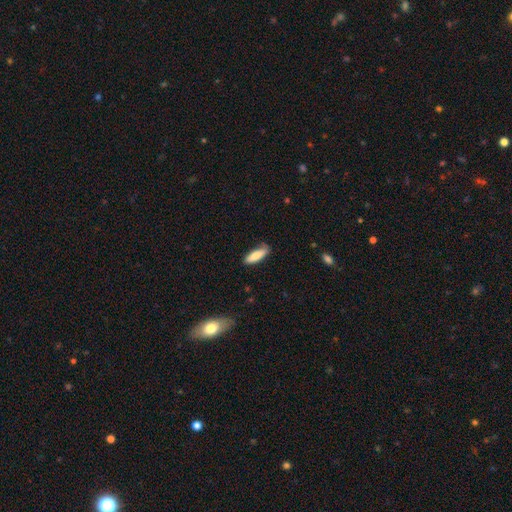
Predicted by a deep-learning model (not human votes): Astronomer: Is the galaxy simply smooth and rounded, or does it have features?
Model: smooth — 83%.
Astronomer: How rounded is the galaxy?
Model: in between — 52% (runner-up: cigar-shaped, 46%).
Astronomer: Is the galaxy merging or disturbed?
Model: none — 72%.